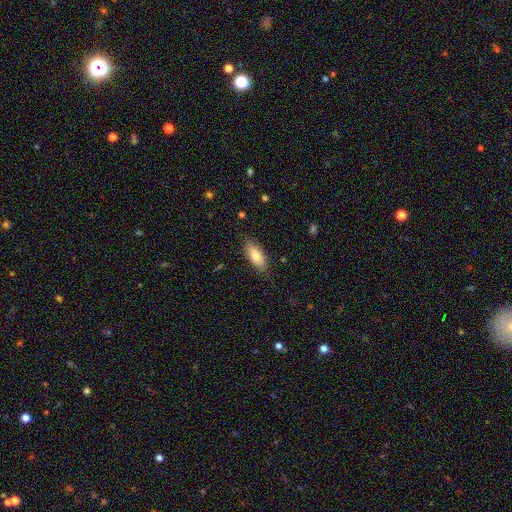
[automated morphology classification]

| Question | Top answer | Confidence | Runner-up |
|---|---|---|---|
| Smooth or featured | smooth | 81% | featured or disk (13%) |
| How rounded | in between | 84% | cigar-shaped (14%) |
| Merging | none | 84% | minor disturbance (13%) |